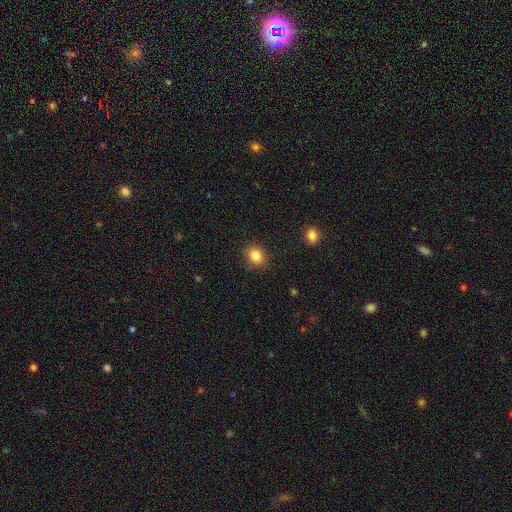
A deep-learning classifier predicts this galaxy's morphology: Overall: smooth (84%). How rounded: round (55%; in between 44%). Merging: none (87%).